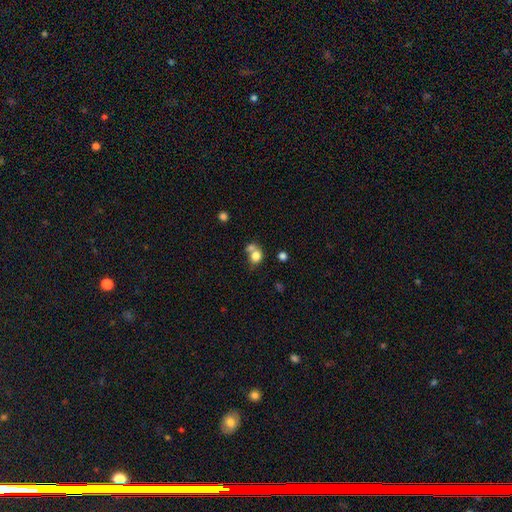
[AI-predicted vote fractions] A smooth galaxy with no disk features (77%) that is round (68%). Merging: merger (49%).